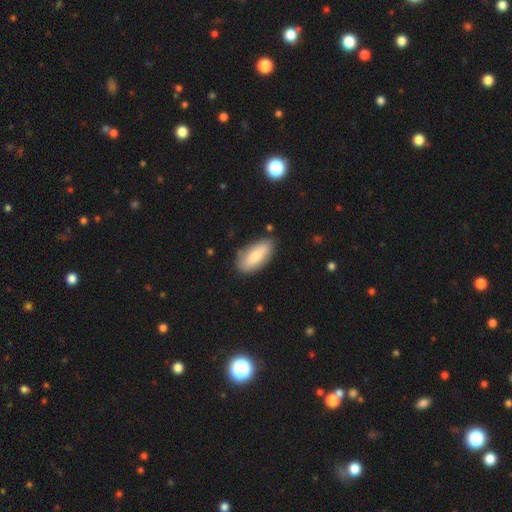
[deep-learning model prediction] This appears to be a smooth galaxy with no disk features (72%) that is in between round and cigar-shaped (87%). Merging: none (80%).